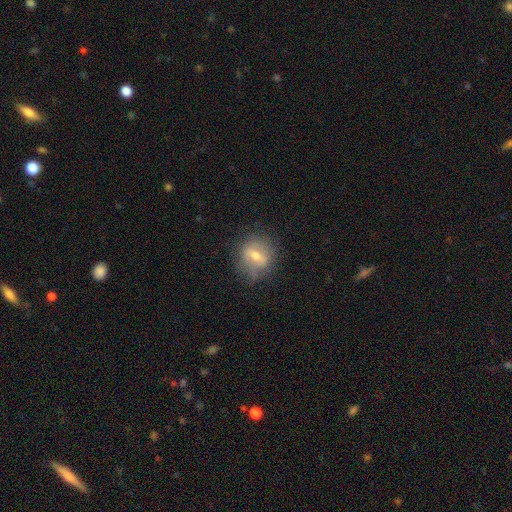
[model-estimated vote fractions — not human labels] Smooth or featured? Predicted: smooth (p=0.46). Merging? Predicted: none (p=0.75).